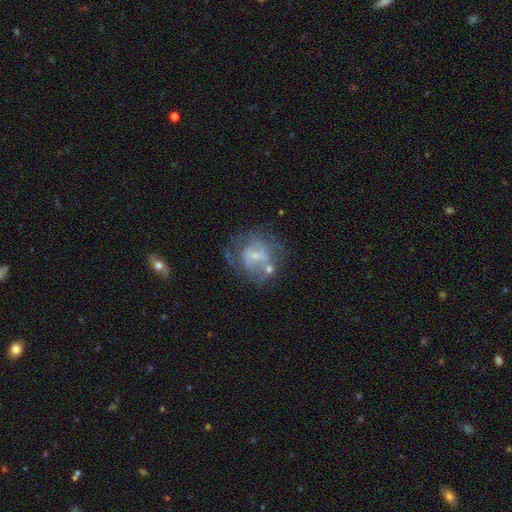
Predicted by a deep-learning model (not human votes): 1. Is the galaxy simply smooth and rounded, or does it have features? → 61% featured or disk, 28% smooth, 11% star or artifact.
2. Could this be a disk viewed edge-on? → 97% no, 3% yes.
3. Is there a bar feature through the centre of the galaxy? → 49% no, 41% weak, 10% strong.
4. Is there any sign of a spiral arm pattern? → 50% yes (tied), 50% no (tied).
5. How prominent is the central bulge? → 63% small, 22% moderate, 11% none, 2% large, 1% dominant.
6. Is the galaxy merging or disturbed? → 43% none, 23% major disturbance, 21% minor disturbance, 13% merger.